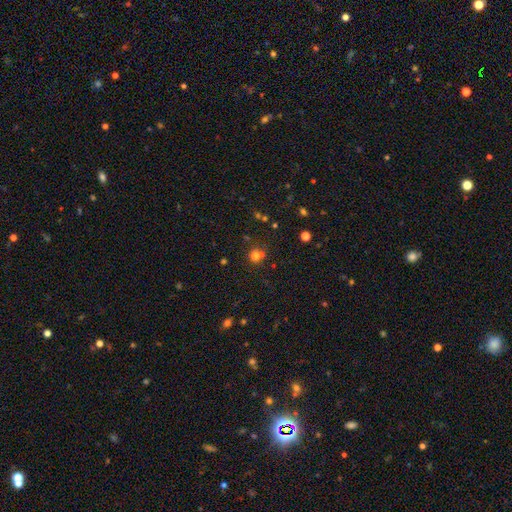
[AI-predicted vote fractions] This is likely a smooth galaxy (75%). How rounded: clearly round (88%). Merging: likely none (67%).